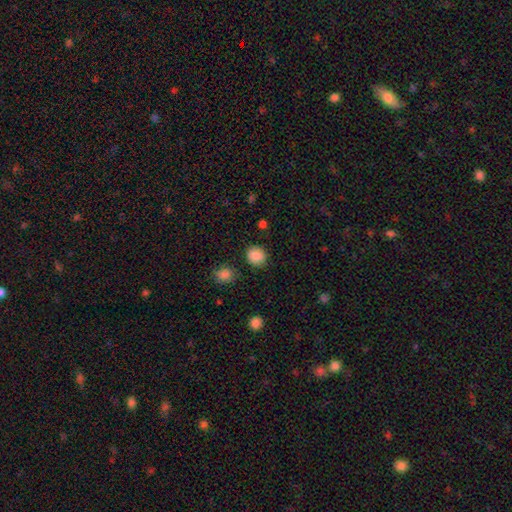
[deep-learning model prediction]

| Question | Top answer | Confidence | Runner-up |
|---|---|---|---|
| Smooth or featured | smooth | 88% | star or artifact (9%) |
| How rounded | round | 84% | in between (15%) |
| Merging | none | 87% | minor disturbance (9%) |